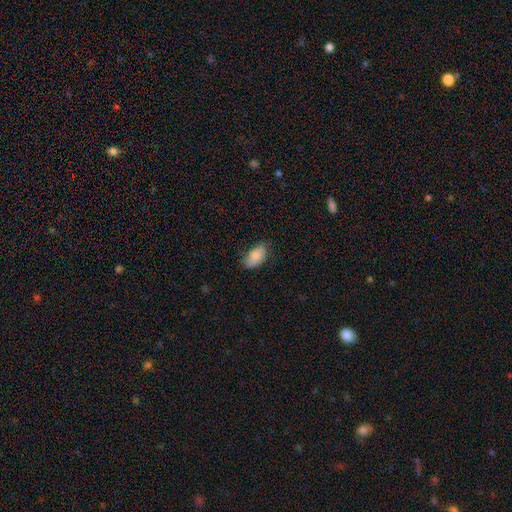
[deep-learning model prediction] Morphology: type=smooth (84%); roundness=in between (94%); merging=none (70%).